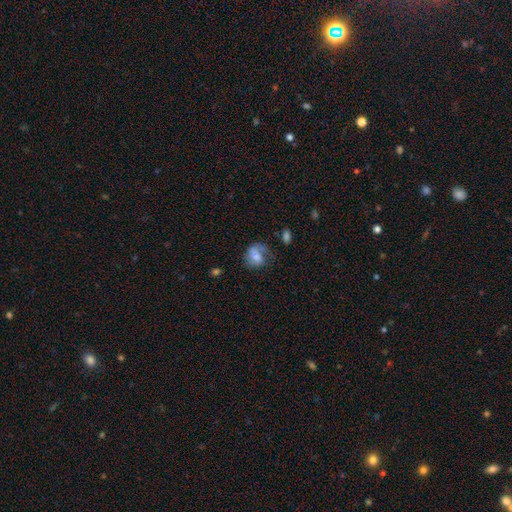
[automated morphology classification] Smooth or featured? smooth (58%)
How rounded? in between (57%)
Merging? none (41%)